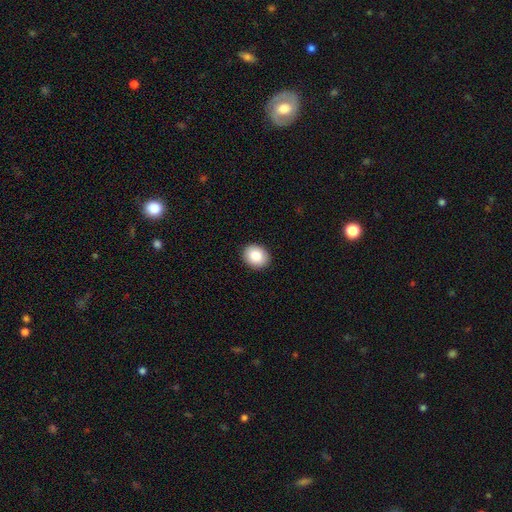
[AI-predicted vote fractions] Smooth or featured? Predicted: smooth (p=0.87). How rounded? Predicted: in between (p=0.50). Merging? Predicted: none (p=0.91).